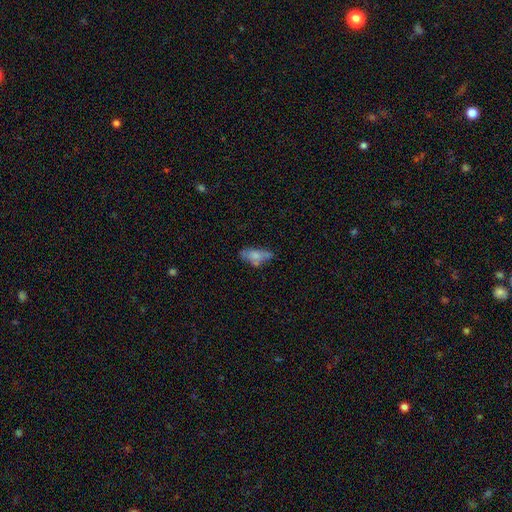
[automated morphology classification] This is likely a smooth galaxy (62%). How rounded: clearly in between (83%). Merging: marginally none (43%).